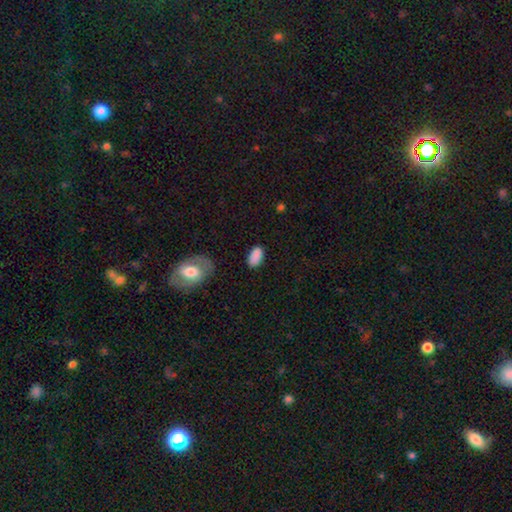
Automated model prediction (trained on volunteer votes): Smooth or featured: smooth — 88% (star or artifact — 7%)
How rounded: in between — 94% (round — 4%)
Merging: none — 79% (minor disturbance — 15%)